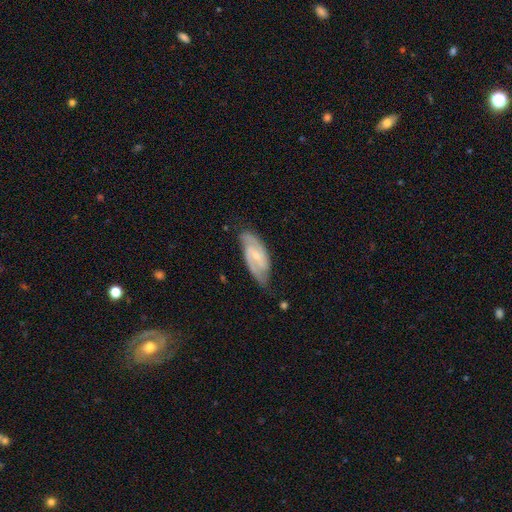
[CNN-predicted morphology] A featured or disk galaxy (84%) with a weak bar (46%), 2 (85%) medium (49%) spiral arms (96%) and a small central bulge (66%). Merging: none (74%).